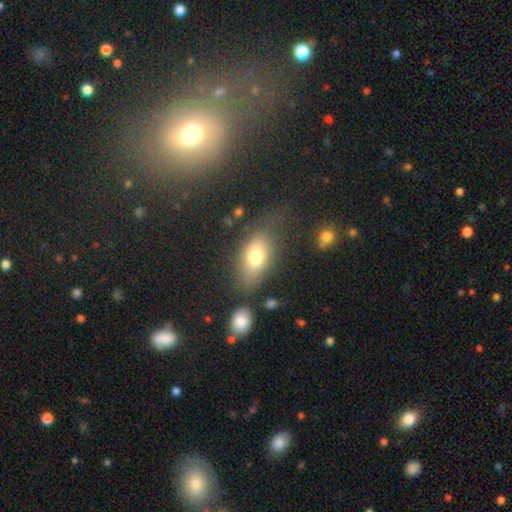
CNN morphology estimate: Q: Smooth or featured?
A: smooth (73%); runner-up: featured or disk (17%)
Q: How rounded?
A: in between (82%); runner-up: round (14%)
Q: Merging?
A: none (59%); runner-up: minor disturbance (20%)